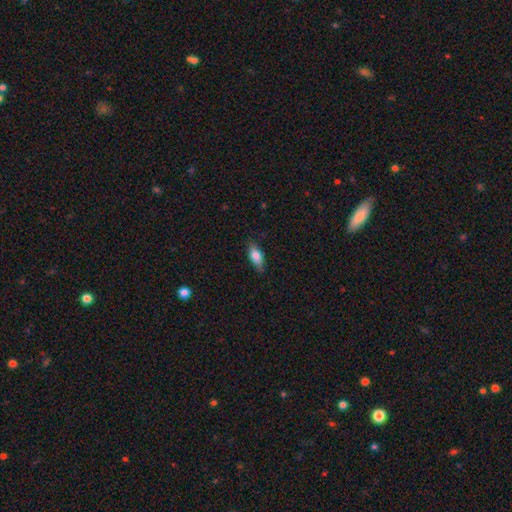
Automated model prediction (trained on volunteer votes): Smooth or featured? smooth (76%)
How rounded? in between (76%)
Merging? none (80%)